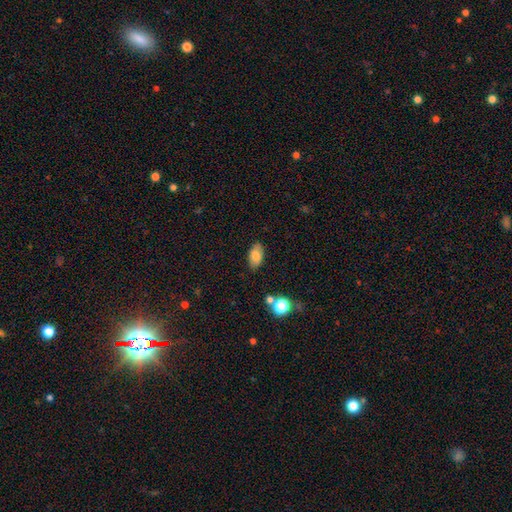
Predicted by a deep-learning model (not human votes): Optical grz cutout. It shows a smooth galaxy with no disk features (76%) that is in between round and cigar-shaped (92%). Merging: none (84%).